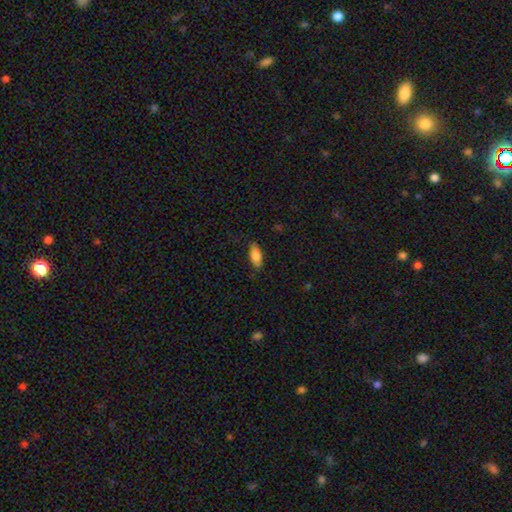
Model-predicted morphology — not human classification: This is clearly a smooth galaxy (83%). How rounded: clearly in between (85%). Merging: clearly none (81%).